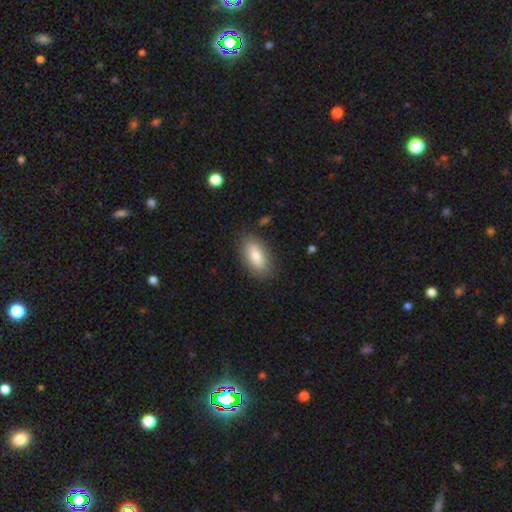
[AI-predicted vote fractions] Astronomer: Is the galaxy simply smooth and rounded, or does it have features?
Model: smooth — 78%.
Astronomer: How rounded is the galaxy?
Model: in between — 84%.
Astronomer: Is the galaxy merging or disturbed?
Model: none — 84%.